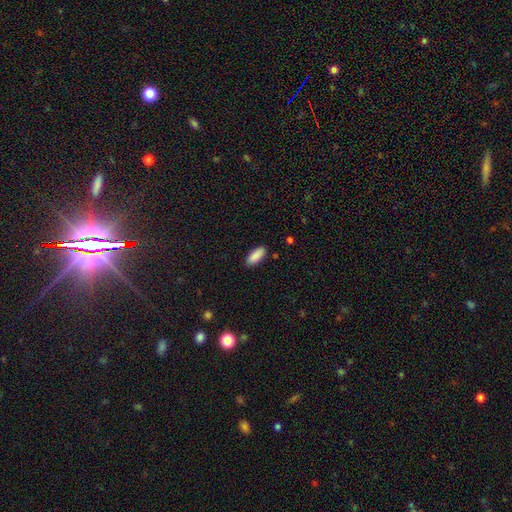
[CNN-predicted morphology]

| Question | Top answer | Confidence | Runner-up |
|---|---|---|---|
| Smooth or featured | smooth | 90% | star or artifact (6%) |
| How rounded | in between | 81% | cigar-shaped (17%) |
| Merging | none | 88% | minor disturbance (9%) |